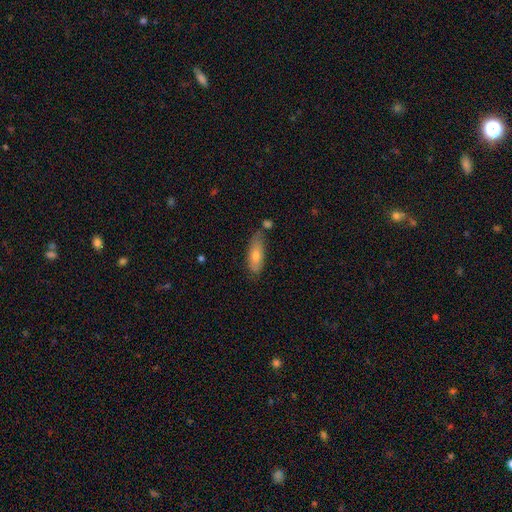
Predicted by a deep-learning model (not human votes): smooth_or_featured: smooth (p=0.67) [alt: featured or disk p=0.26]
how_rounded: in between (p=0.60) [alt: cigar-shaped p=0.38]
merging: none (p=0.68) [alt: minor disturbance p=0.20]